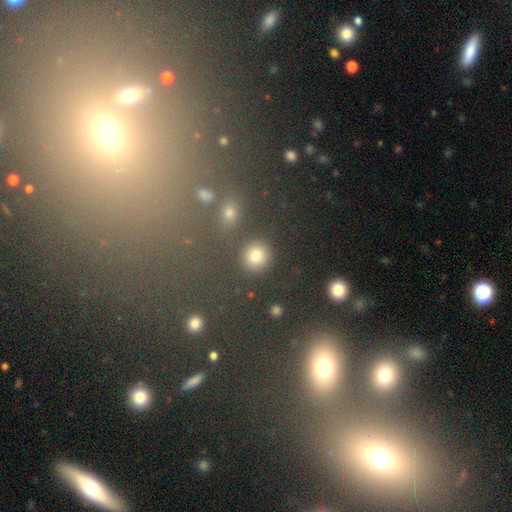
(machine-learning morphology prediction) Smooth or featured? smooth (79%)
How rounded? round (89%)
Merging? none (85%)